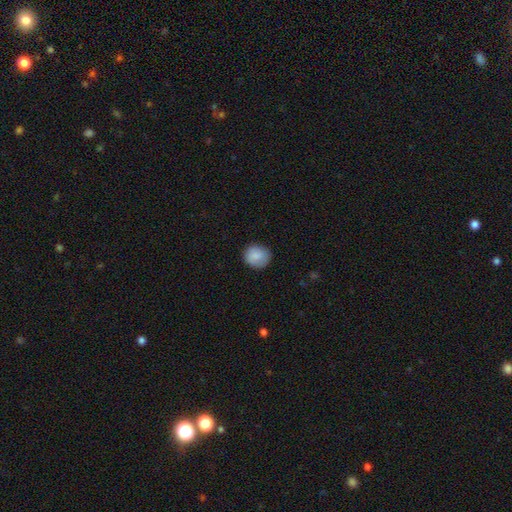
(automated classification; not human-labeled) Smooth or featured: smooth — 85% (featured or disk — 7%)
How rounded: round — 81% (in between — 18%)
Merging: none — 83% (minor disturbance — 13%)